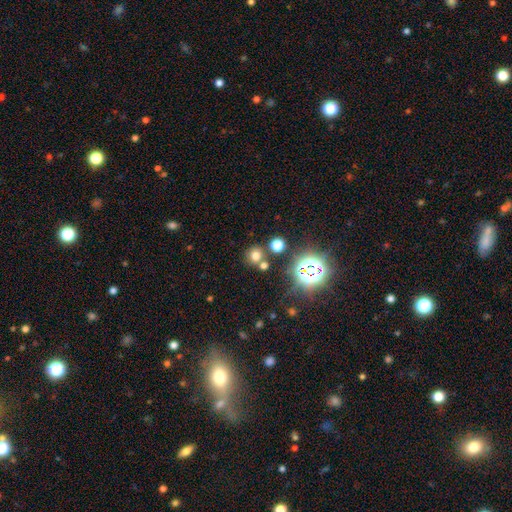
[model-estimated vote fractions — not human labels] Morphology: type=smooth (64%); roundness=round (88%); merging=none (71%).